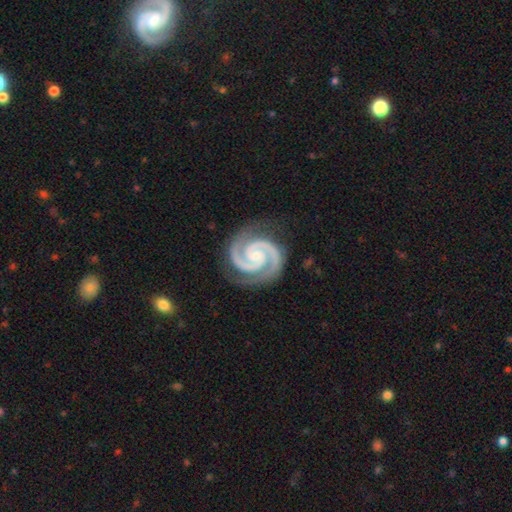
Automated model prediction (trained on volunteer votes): smooth-or-featured: featured or disk: 95% | star or artifact: 3% | smooth: 2%
  disk-edge-on: no: 99% | yes: 1%
    bar: no: 56% | weak: 29% | strong: 15%
    has-spiral-arms: yes: 99% | no: 1%
      spiral-winding: tight: 67% | medium: 31% | loose: 3%
      spiral-arm-count: 2: 94% | 3: 2% | can't tell: 1% | 1: 1% | 4: 1% | more than 4: 1%
    bulge-size: small: 62% | moderate: 22% | none: 13% | large: 1% | dominant: 1%
  merging: none: 85% | minor disturbance: 11% | major disturbance: 3% | merger: 1%